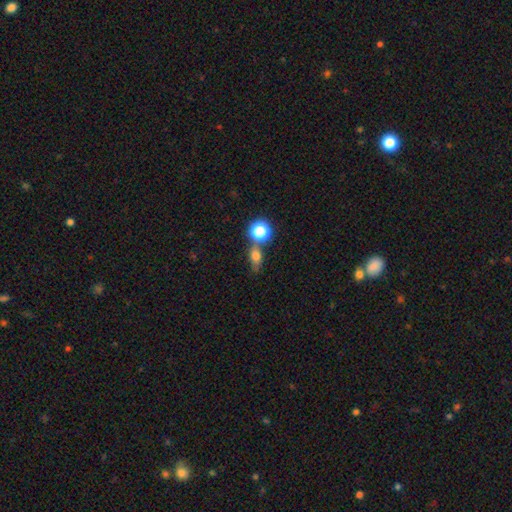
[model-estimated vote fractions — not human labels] A smooth galaxy with no disk features (67%) that is in between round and cigar-shaped (57%).

Vote fractions:
- Smooth or featured? smooth: 67% / star or artifact: 19% / featured or disk: 14%
- How rounded? in between: 57% / round: 34% / cigar-shaped: 8%
- Merging? none: 57% / merger: 24% / minor disturbance: 13% / major disturbance: 6%